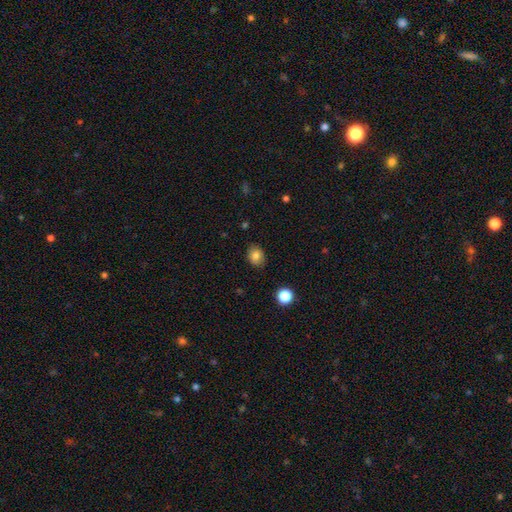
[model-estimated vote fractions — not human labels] smooth 82%, star or artifact 11%, featured or disk 7%. Down the decision tree: how rounded — round (51%); merging — none (84%).